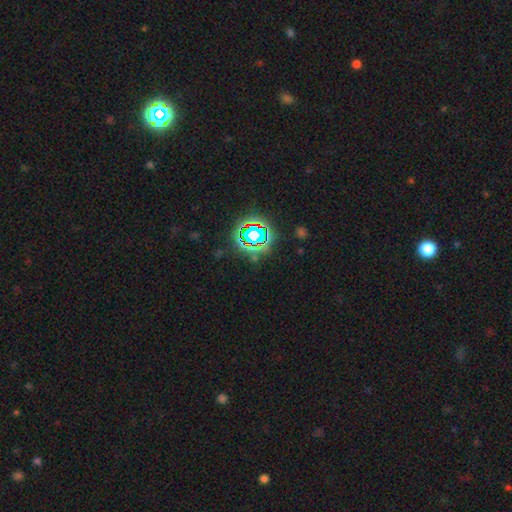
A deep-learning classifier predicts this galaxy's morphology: smooth_or_featured: star or artifact (p=0.77) [alt: smooth p=0.14]